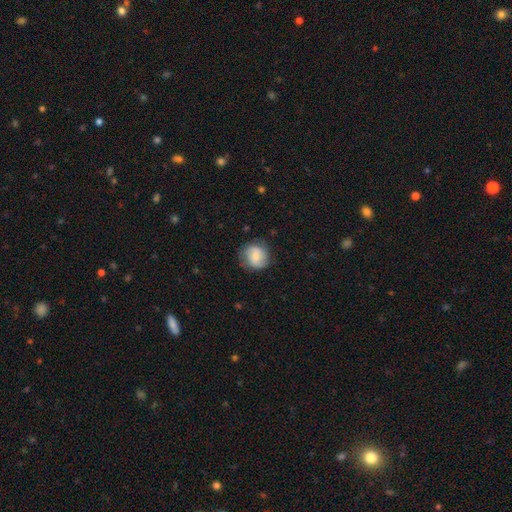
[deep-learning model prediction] smooth_or_featured: smooth (p=0.65) [alt: featured or disk p=0.28]
how_rounded: round (p=0.82) [alt: in between p=0.17]
merging: none (p=0.73) [alt: minor disturbance p=0.20]